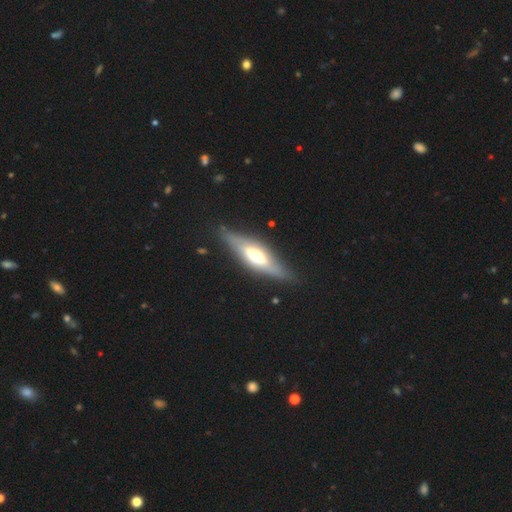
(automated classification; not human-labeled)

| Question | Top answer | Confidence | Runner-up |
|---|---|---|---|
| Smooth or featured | featured or disk | 61% | smooth (33%) |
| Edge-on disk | yes | 80% | no (20%) |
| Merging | none | 80% | minor disturbance (14%) |